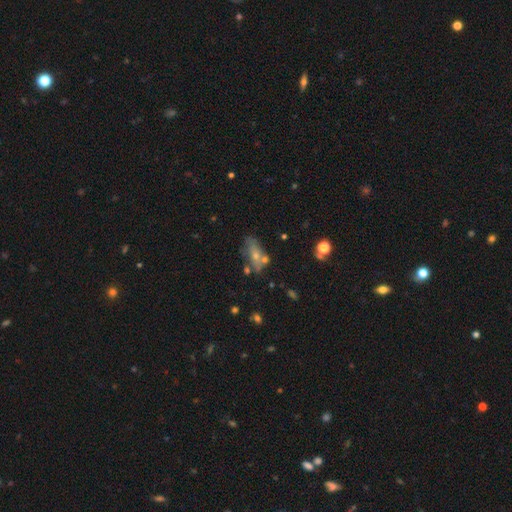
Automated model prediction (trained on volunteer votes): Morphology: type=smooth (54%); roundness=in between (78%); merging=none (45%).